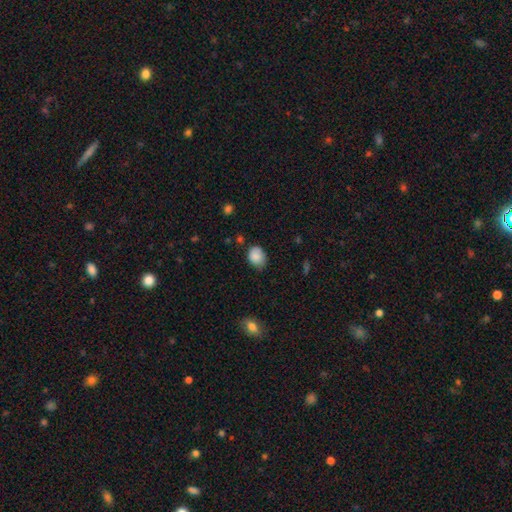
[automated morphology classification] A smooth galaxy with no disk features (86%) that is in between round and cigar-shaped (60%). Merging: none (61%).